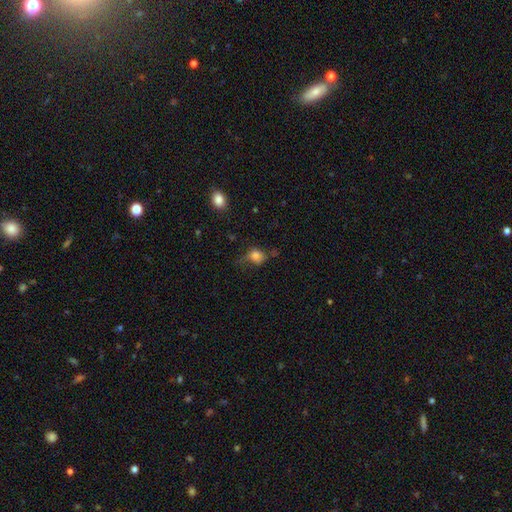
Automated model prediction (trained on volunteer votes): Morphology: type=smooth (76%); roundness=round (62%); merging=none (49%).